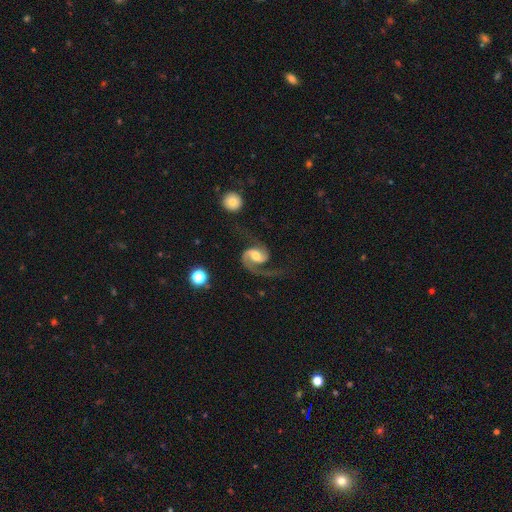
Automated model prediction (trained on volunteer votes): smooth_or_featured: featured or disk (p=0.89) [alt: smooth p=0.06]
disk_edge_on: no (p=0.98) [alt: yes p=0.02]
bar: weak (p=0.42) [alt: no p=0.39]
has_spiral_arms: yes (p=0.98) [alt: no p=0.02]
spiral_winding: medium (p=0.50) [alt: loose p=0.37]
spiral_arm_count: 2 (p=0.82) [alt: 1 p=0.14]
bulge_size: moderate (p=0.65) [alt: small p=0.21]
merging: none (p=0.60) [alt: major disturbance p=0.21]